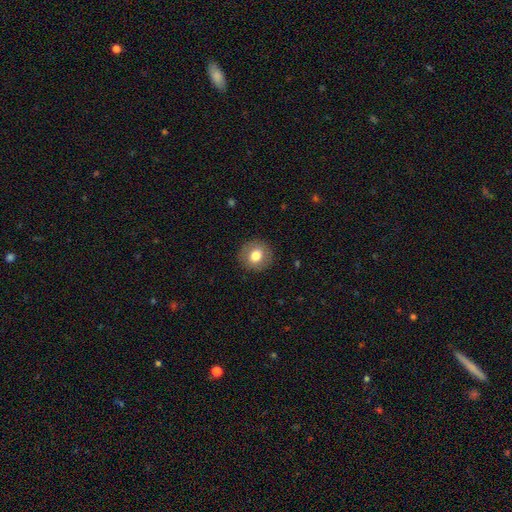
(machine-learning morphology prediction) smooth-or-featured: smooth: 78% | featured or disk: 14% | star or artifact: 9%
  how-rounded: round: 89% | in between: 10% | cigar-shaped: 1%
  merging: none: 89% | minor disturbance: 7% | major disturbance: 3% | merger: 1%